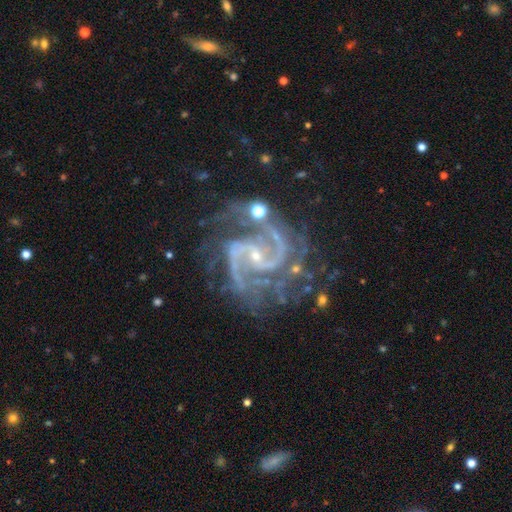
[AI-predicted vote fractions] A featured or disk galaxy (93%) with no bar (39%), 2 (77%) medium (61%) spiral arms (99%) and a small central bulge (84%).

Vote fractions:
- Smooth or featured? featured or disk: 93% / star or artifact: 6% / smooth: 2%
- Edge-on disk? no: 98% / yes: 2%
- Bar? no: 39% / weak: 38% / strong: 22%
- Spiral arms? yes: 99% / no: 1%
- Spiral winding? medium: 61% / tight: 26% / loose: 13%
- Spiral arm count? 2: 77% / 3: 9% / can't tell: 4% / 4: 3% / more than 4: 3% / 1: 3%
- Bulge size? small: 84% / moderate: 11% / none: 3% / large: 1% / dominant: 1%
- Merging? none: 58% / minor disturbance: 21% / major disturbance: 13% / merger: 7%